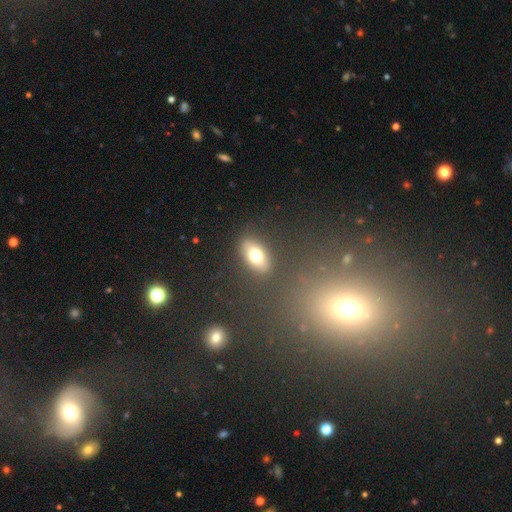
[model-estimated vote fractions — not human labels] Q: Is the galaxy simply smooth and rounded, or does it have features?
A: smooth — 71%.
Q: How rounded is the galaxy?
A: in between — 84%.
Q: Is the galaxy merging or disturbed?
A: none — 86%.